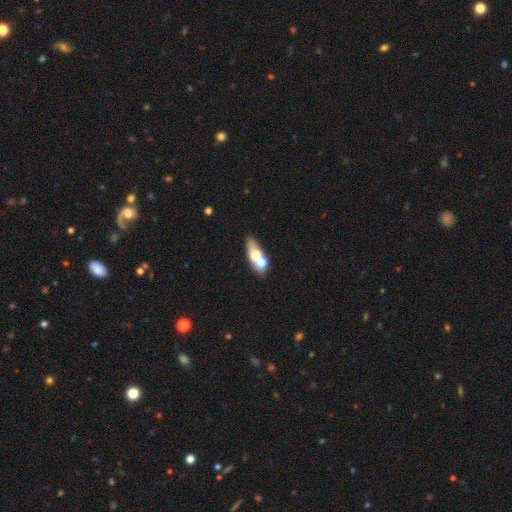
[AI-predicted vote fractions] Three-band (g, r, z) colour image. It shows a smooth galaxy with no disk features (58%) that is in between round and cigar-shaped (68%). Merging: none (45%).